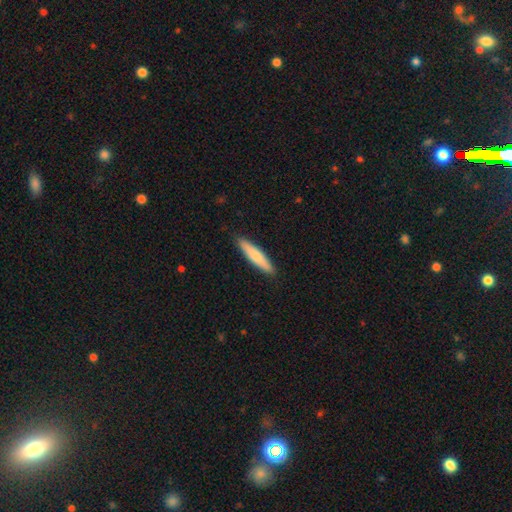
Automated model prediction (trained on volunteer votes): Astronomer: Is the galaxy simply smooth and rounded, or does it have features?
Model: smooth — 76%.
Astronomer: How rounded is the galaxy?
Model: cigar-shaped — 86%.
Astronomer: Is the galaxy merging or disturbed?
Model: none — 90%.